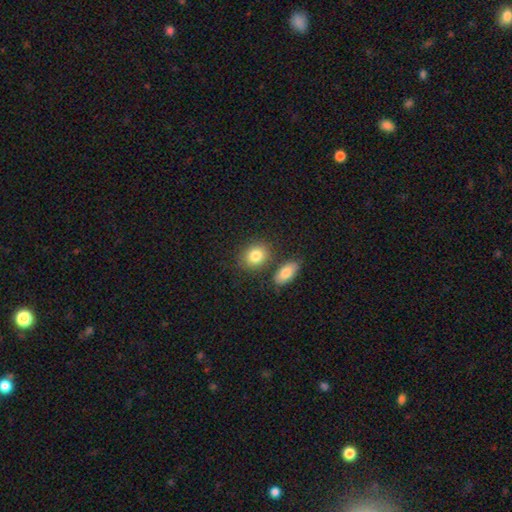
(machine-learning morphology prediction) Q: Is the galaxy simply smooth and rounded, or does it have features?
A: smooth — 83%.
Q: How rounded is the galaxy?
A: in between — 56%.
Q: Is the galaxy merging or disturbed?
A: none — 69%.